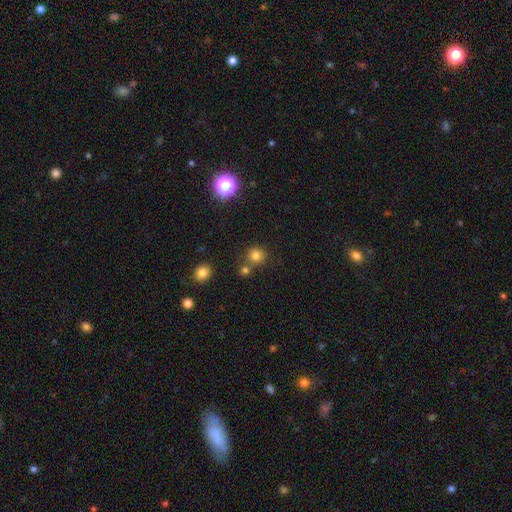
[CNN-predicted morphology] type=smooth (77%); roundness=round (89%); merging=none (70%).